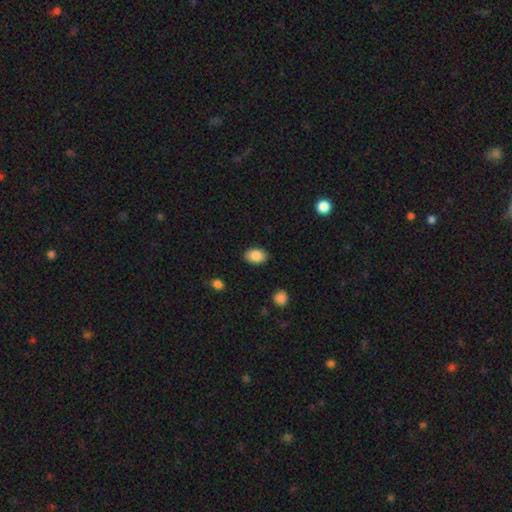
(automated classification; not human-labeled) Smooth or featured? smooth (88%)
How rounded? in between (84%)
Merging? none (87%)